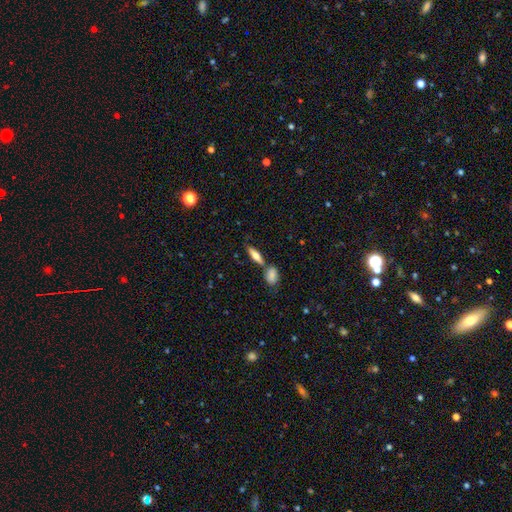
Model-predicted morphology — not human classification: smooth 68%, featured or disk 25%, star or artifact 7%. Down the decision tree: how rounded — cigar-shaped (54%); merging — none (62%).